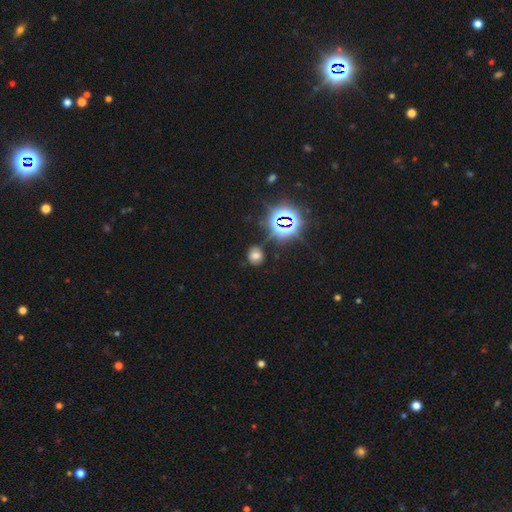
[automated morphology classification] type=smooth (61%); roundness=round (75%); merging=none (79%).